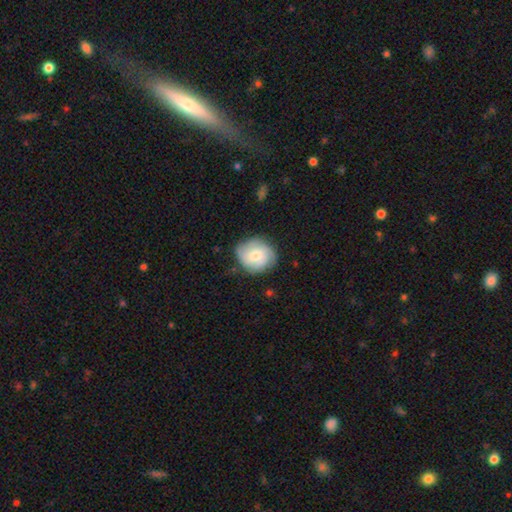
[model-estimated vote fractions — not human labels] Morphology: type=smooth (51%); roundness=round (76%); merging=none (74%).